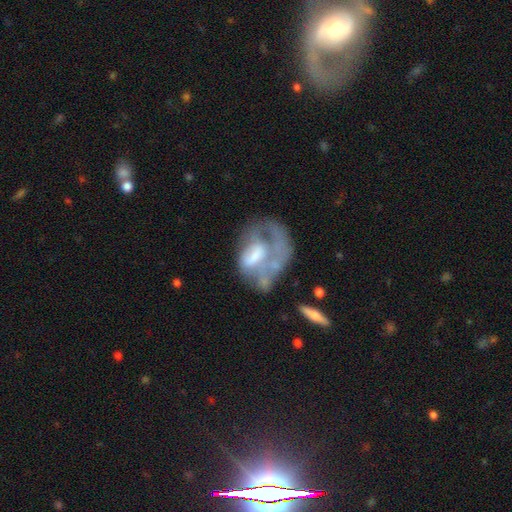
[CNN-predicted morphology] A featured or disk galaxy (58%) with no bar (63%), no spiral arms (68%) and a moderate central bulge (36%). Merging: major disturbance (44%).